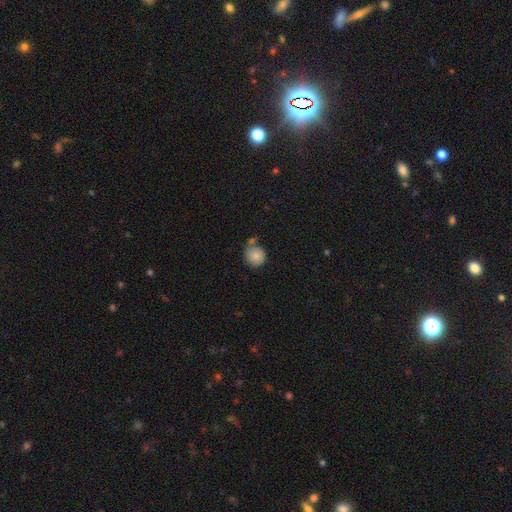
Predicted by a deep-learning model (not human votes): smooth_or_featured: smooth (p=0.83) [alt: featured or disk p=0.08]
how_rounded: round (p=0.90) [alt: in between p=0.09]
merging: none (p=0.63) [alt: minor disturbance p=0.17]